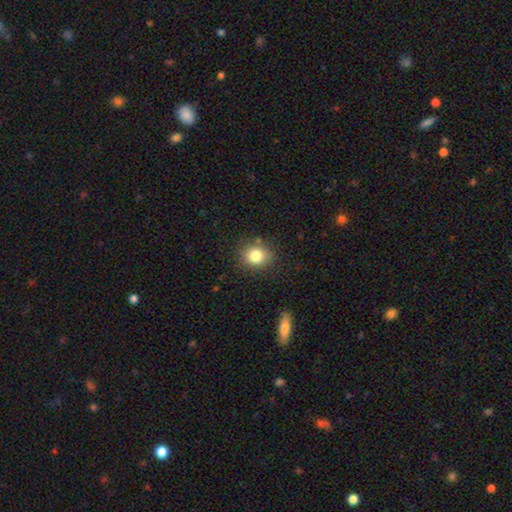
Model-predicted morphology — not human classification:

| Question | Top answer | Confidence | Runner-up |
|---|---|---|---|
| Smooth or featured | smooth | 81% | star or artifact (11%) |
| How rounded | round | 78% | in between (21%) |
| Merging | none | 84% | minor disturbance (11%) |